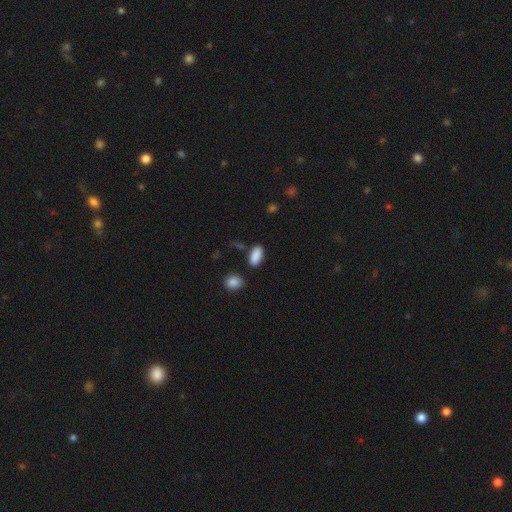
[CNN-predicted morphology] type=smooth (89%); roundness=in between (93%); merging=none (81%).